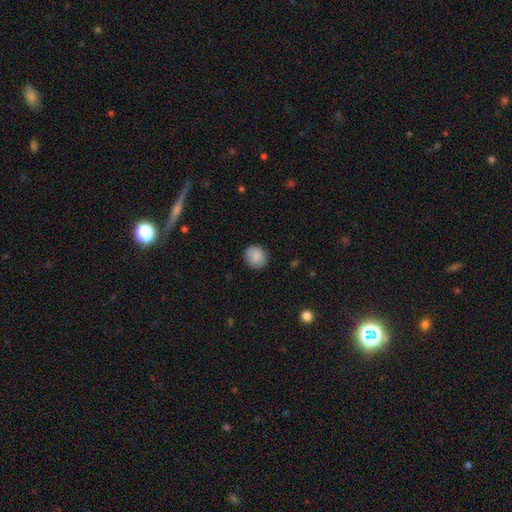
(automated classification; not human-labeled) Overall: smooth (86%). How rounded: round (88%). Merging: none (86%).